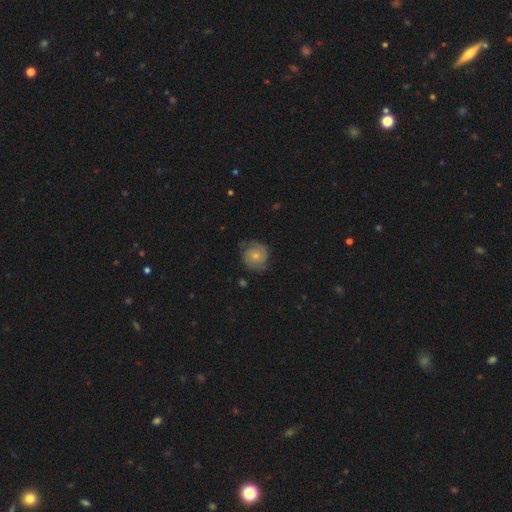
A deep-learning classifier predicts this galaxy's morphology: smooth-or-featured: featured or disk: 71% | smooth: 22% | star or artifact: 7%
  disk-edge-on: no: 98% | yes: 2%
    bar: no: 75% | weak: 21% | strong: 4%
    has-spiral-arms: yes: 93% | no: 7%
      spiral-winding: tight: 58% | medium: 32% | loose: 10%
      spiral-arm-count: 2: 74% | can't tell: 13% | 3: 6% | 1: 3% | 4: 2% | more than 4: 2%
    bulge-size: small: 58% | moderate: 36% | none: 3% | large: 2% | dominant: 1%
  merging: none: 74% | minor disturbance: 18% | major disturbance: 7% | merger: 1%